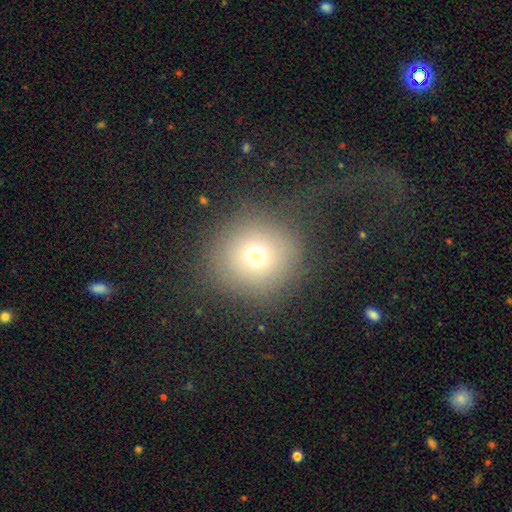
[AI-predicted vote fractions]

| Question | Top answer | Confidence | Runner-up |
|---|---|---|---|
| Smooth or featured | smooth | 69% | star or artifact (19%) |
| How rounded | round | 93% | in between (6%) |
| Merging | none | 79% | minor disturbance (10%) |